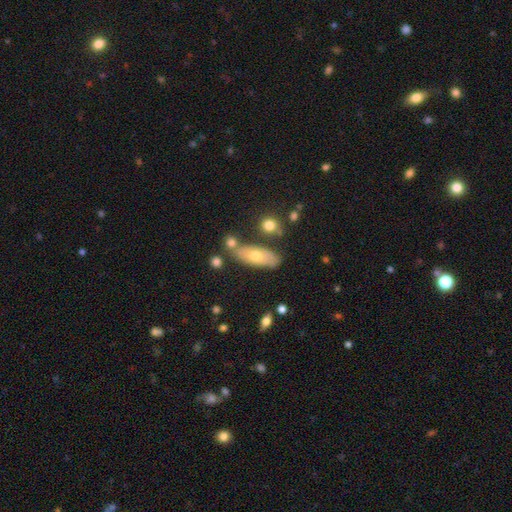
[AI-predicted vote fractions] Smooth or featured? smooth (58%)
How rounded? in between (69%)
Merging? none (70%)